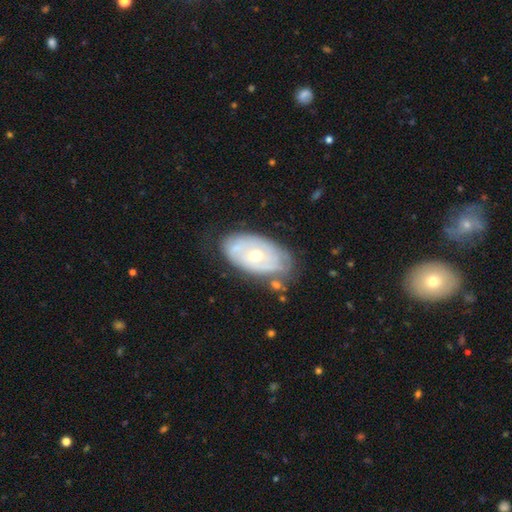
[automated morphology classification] smooth_or_featured: featured or disk (p=0.65) [alt: smooth p=0.29]
disk_edge_on: no (p=0.92) [alt: yes p=0.08]
bar: no (p=0.83) [alt: weak p=0.13]
has_spiral_arms: no (p=0.52) [alt: yes p=0.48]
bulge_size: moderate (p=0.68) [alt: small p=0.27]
merging: none (p=0.65) [alt: minor disturbance p=0.23]